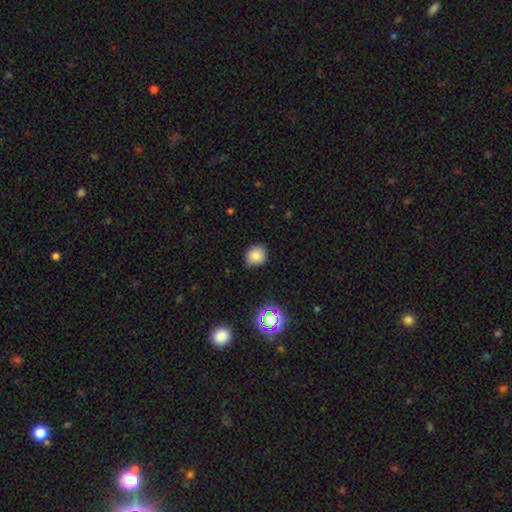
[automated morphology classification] Smooth or featured: smooth — 81% (star or artifact — 13%)
How rounded: round — 80% (in between — 19%)
Merging: none — 79% (minor disturbance — 17%)